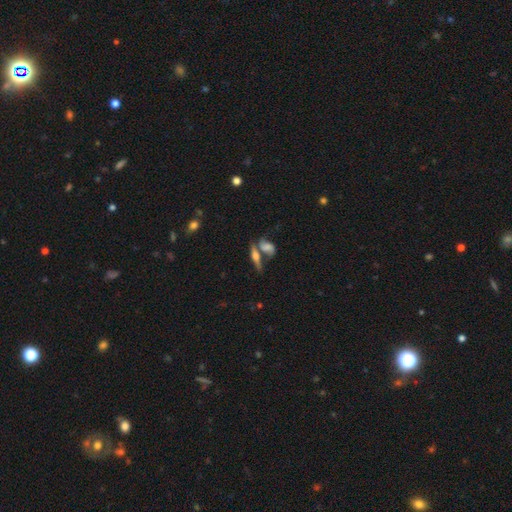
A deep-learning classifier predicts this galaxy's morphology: smooth-or-featured: featured or disk: 52% | smooth: 38% | star or artifact: 10%
  disk-edge-on: yes: 79% | no: 21%
  merging: none: 48% | merger: 34% | minor disturbance: 12% | major disturbance: 6%